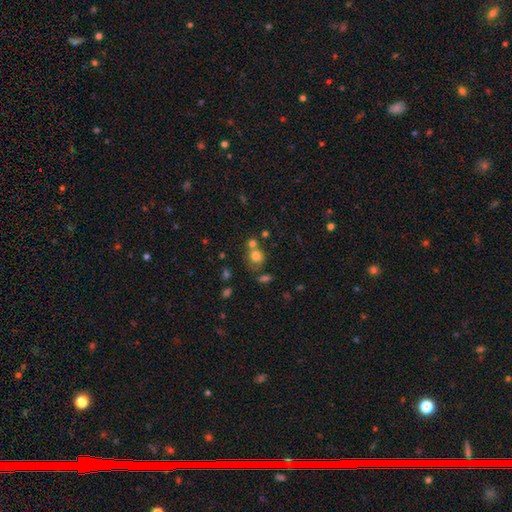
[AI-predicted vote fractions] Q: Smooth or featured?
A: smooth (75%); runner-up: star or artifact (14%)
Q: How rounded?
A: round (75%); runner-up: in between (24%)
Q: Merging?
A: none (48%); runner-up: merger (32%)